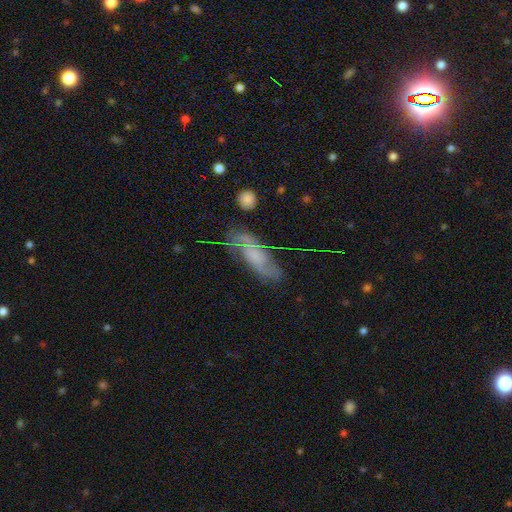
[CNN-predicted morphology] smooth_or_featured: featured or disk (p=0.60) [alt: smooth p=0.31]
disk_edge_on: no (p=0.85) [alt: yes p=0.15]
bar: no (p=0.63) [alt: weak p=0.30]
has_spiral_arms: yes (p=0.83) [alt: no p=0.17]
bulge_size: small (p=0.43) [alt: none p=0.31]
merging: none (p=0.57) [alt: minor disturbance p=0.25]